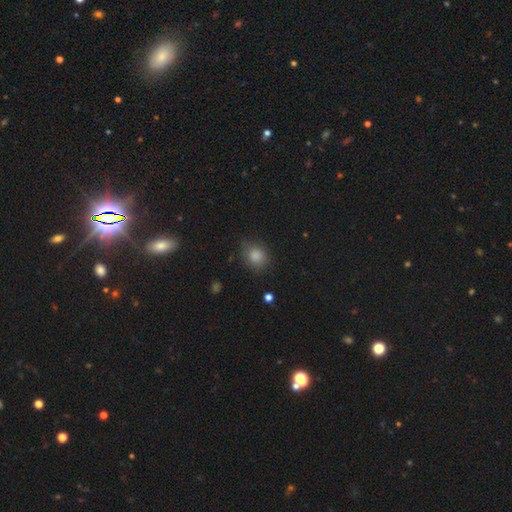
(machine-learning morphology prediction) A smooth galaxy with no disk features (85%) that is round (59%).

Vote fractions:
- Smooth or featured? smooth: 85% / star or artifact: 10% / featured or disk: 5%
- How rounded? round: 59% / in between: 40% / cigar-shaped: 1%
- Merging? none: 75% / minor disturbance: 19% / major disturbance: 5% / merger: 2%